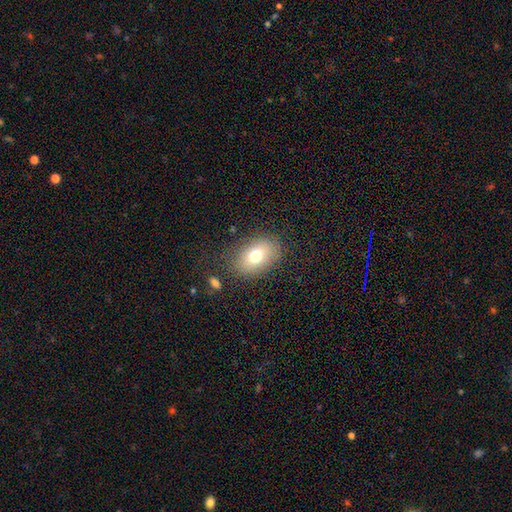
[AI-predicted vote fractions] Overall: smooth (74%). How rounded: in between (83%). Merging: none (79%).